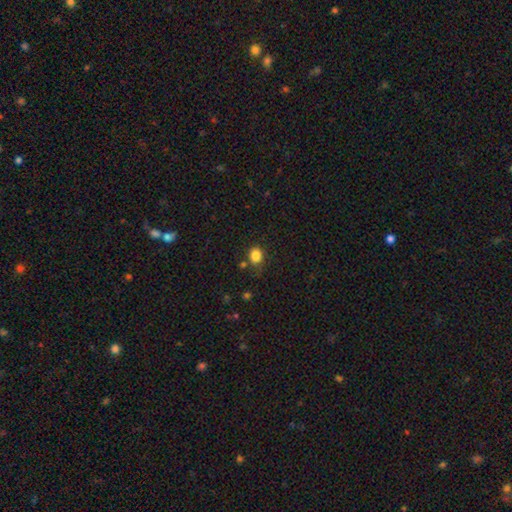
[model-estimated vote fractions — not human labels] Overall: smooth (84%). How rounded: round (53%; in between 46%). Merging: none (70%).